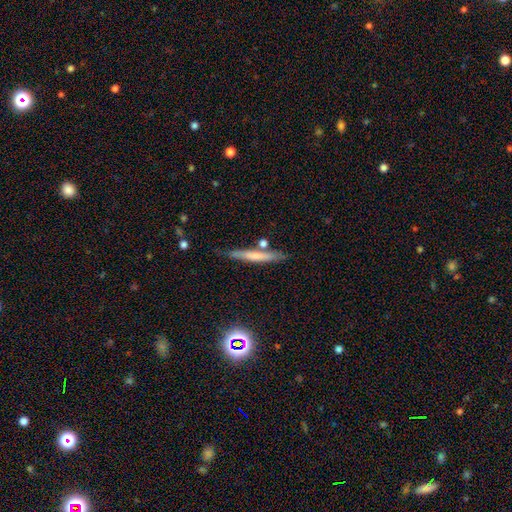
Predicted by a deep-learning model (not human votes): A smooth galaxy with no disk features (60%) that is cigar-shaped (94%). Merging: none (74%).